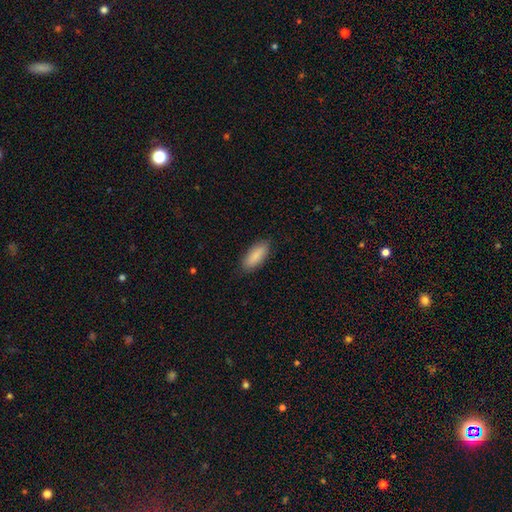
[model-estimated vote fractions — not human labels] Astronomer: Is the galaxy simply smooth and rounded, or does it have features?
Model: smooth — 87%.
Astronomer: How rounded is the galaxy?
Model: in between — 79%.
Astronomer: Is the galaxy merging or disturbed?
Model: none — 86%.